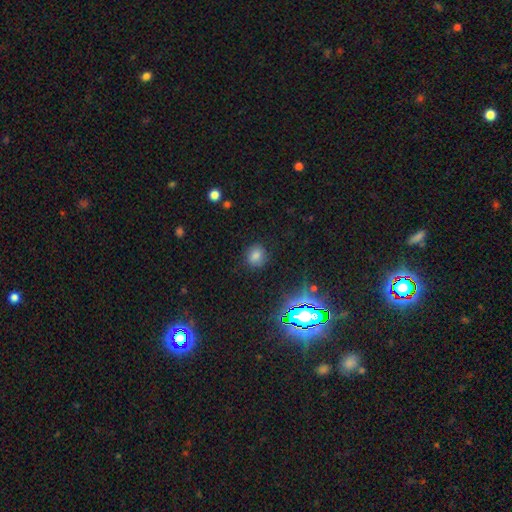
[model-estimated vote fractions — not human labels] This is likely a smooth galaxy (68%). How rounded: likely round (78%). Merging: clearly none (86%).